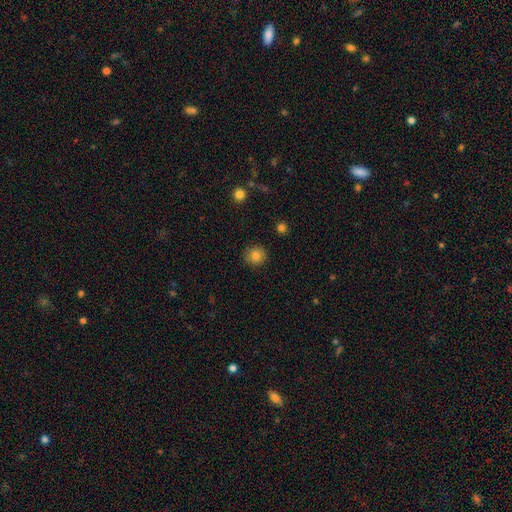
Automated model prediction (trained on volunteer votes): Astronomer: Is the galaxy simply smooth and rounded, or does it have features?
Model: smooth — 82%.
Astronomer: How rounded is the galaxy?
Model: round — 93%.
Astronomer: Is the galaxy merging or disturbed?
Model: none — 90%.